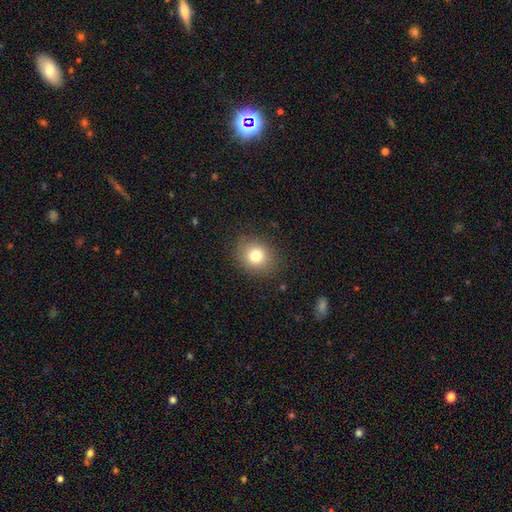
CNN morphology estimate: smooth 79%, star or artifact 12%, featured or disk 9%. Down the decision tree: how rounded — round (70%); merging — none (87%).